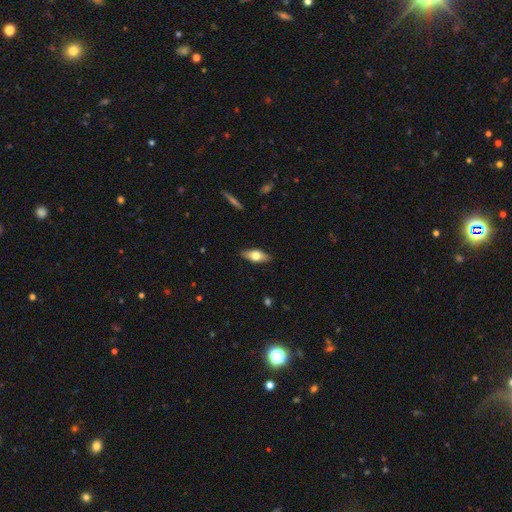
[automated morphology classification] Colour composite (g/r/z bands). It shows a smooth galaxy with no disk features (57%) that is in between round and cigar-shaped (75%). Merging: none (87%).